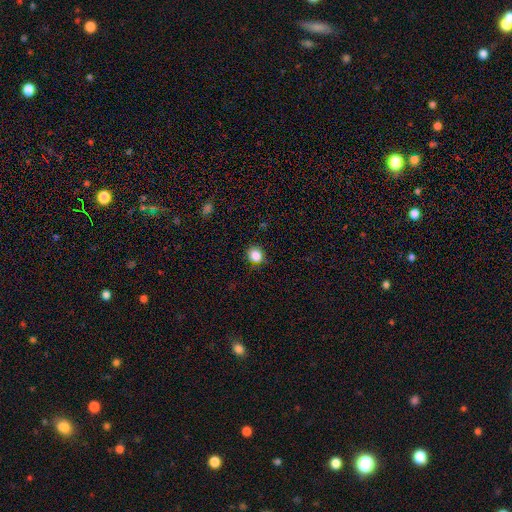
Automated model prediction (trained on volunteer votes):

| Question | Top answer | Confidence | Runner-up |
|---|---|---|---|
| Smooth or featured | smooth | 85% | star or artifact (11%) |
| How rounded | round | 77% | in between (22%) |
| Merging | none | 85% | minor disturbance (11%) |